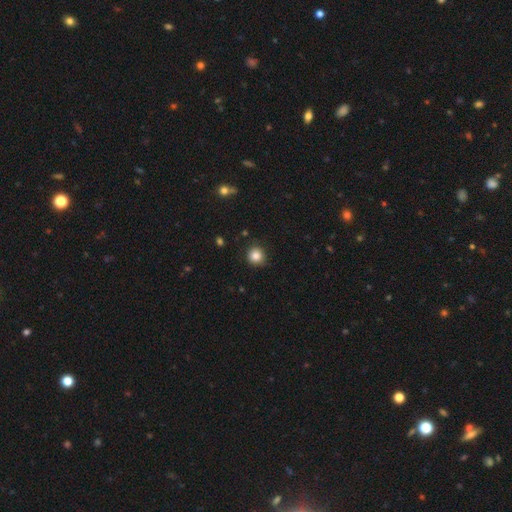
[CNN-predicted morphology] A smooth galaxy with no disk features (85%) that is round (92%). Merging: none (86%).